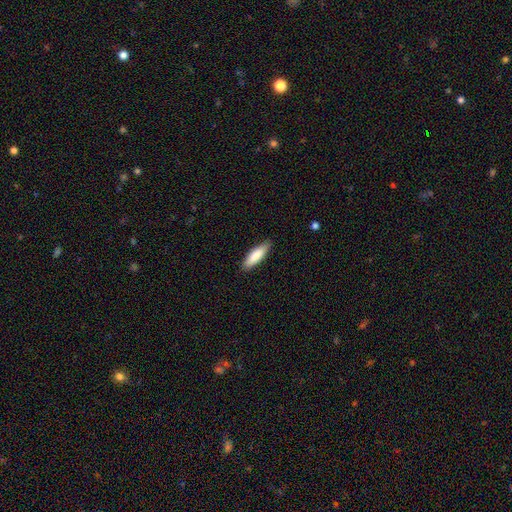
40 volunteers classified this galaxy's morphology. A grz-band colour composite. It shows a smooth galaxy with no disk features (72%) that is cigar-shaped (52%). Merging: none (79%).